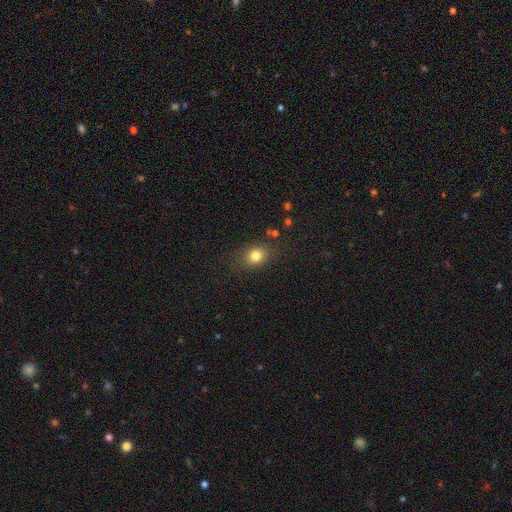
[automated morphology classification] Smooth or featured?
  - smooth: 81% *
  - star or artifact: 12%
  - featured or disk: 7%
How rounded?
  - round: 55% *
  - in between: 44%
  - cigar-shaped: 1%
Merging?
  - none: 80% *
  - minor disturbance: 13%
  - major disturbance: 5%
  - merger: 2%